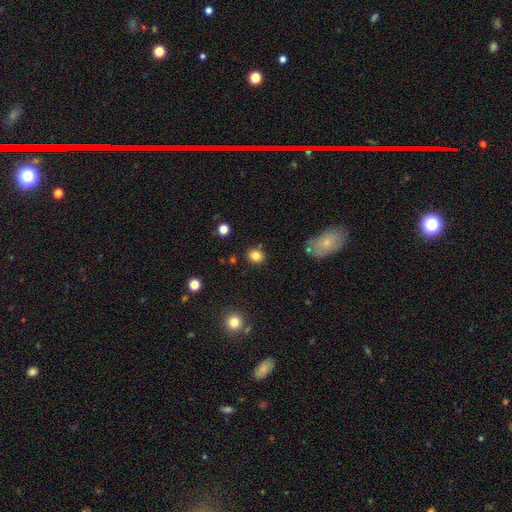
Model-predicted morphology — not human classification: Smooth or featured? Predicted: smooth (p=0.82). How rounded? Predicted: round (p=0.78). Merging? Predicted: none (p=0.86).